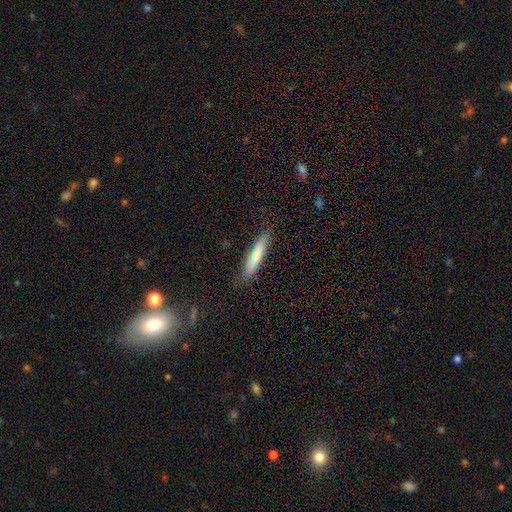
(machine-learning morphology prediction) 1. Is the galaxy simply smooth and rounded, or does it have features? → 70% smooth, 24% featured or disk, 6% star or artifact.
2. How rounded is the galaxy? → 89% cigar-shaped, 9% in between, 1% round.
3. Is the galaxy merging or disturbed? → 83% none, 14% minor disturbance, 3% major disturbance, 1% merger.